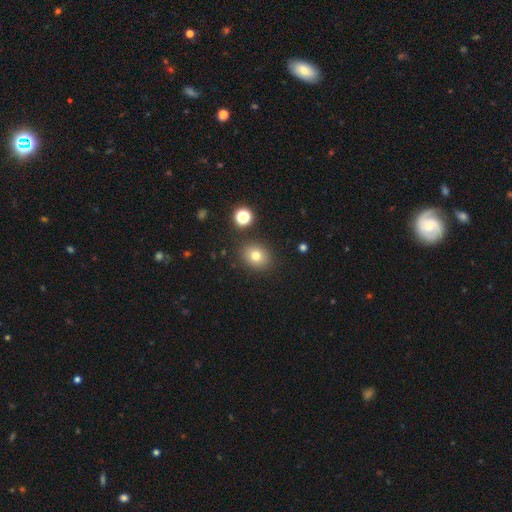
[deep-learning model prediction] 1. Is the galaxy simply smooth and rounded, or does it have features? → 77% smooth, 13% star or artifact, 9% featured or disk.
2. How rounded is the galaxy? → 62% round, 37% in between, 1% cigar-shaped.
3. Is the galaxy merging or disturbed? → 86% none, 8% minor disturbance, 3% merger, 3% major disturbance.